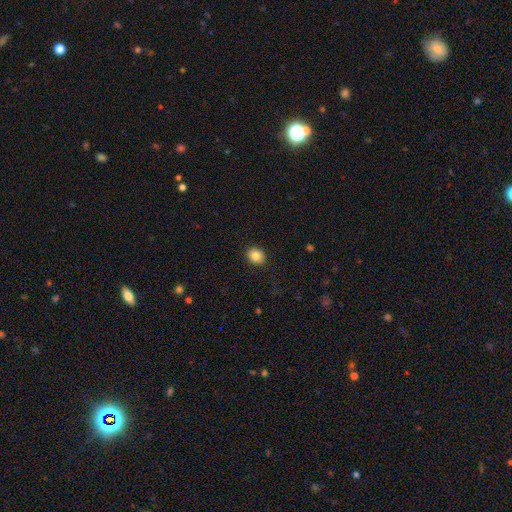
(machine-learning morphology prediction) The model was most divided on "how rounded": round: 64%, in between: 35%, cigar-shaped: 1%. More confident: merging — none (89%); smooth or featured — smooth (86%).